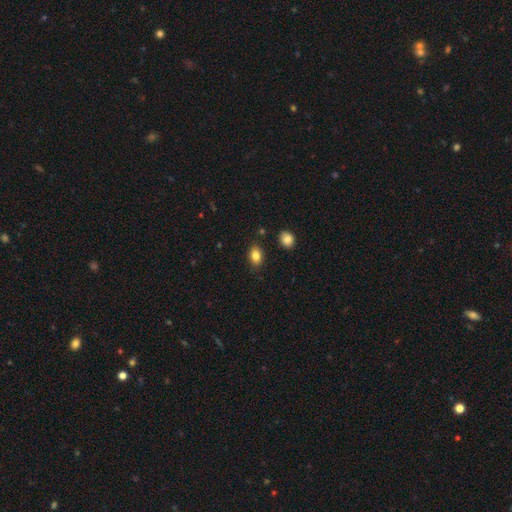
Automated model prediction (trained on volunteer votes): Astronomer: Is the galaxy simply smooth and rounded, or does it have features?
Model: smooth — 84%.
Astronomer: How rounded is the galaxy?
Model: in between — 79%.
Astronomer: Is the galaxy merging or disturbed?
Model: none — 85%.